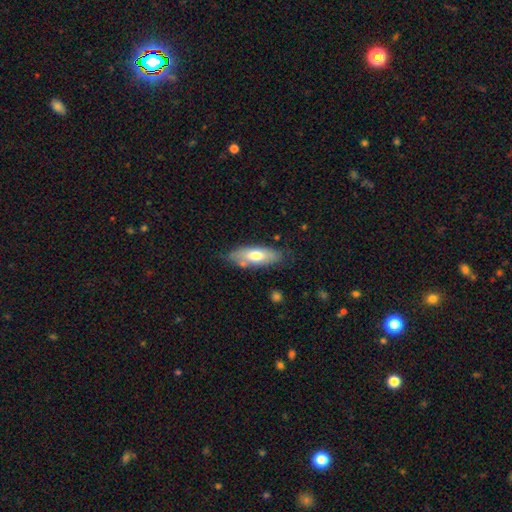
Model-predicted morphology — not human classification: smooth-or-featured: smooth: 64% | featured or disk: 30% | star or artifact: 6%
  how-rounded: in between: 71% | cigar-shaped: 27% | round: 2%
  merging: none: 73% | minor disturbance: 19% | major disturbance: 4% | merger: 4%